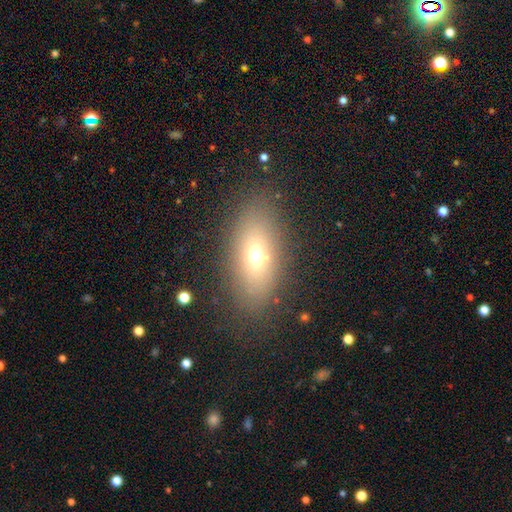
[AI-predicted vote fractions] Smooth or featured? Predicted: smooth (p=0.63). How rounded? Predicted: in between (p=0.80). Merging? Predicted: none (p=0.80).